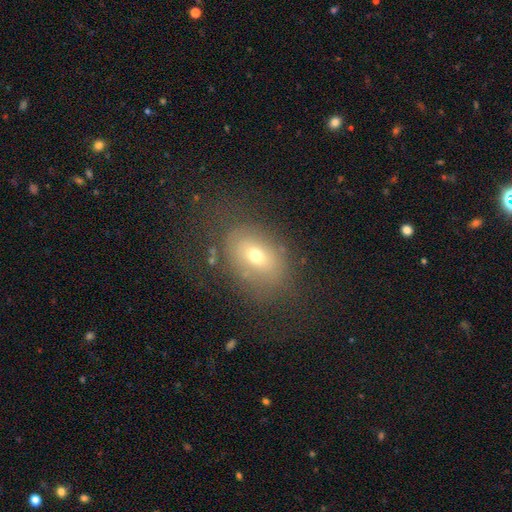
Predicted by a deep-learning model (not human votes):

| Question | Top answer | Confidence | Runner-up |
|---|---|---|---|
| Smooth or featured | smooth | 57% | featured or disk (30%) |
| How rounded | in between | 77% | round (21%) |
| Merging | none | 63% | minor disturbance (19%) |